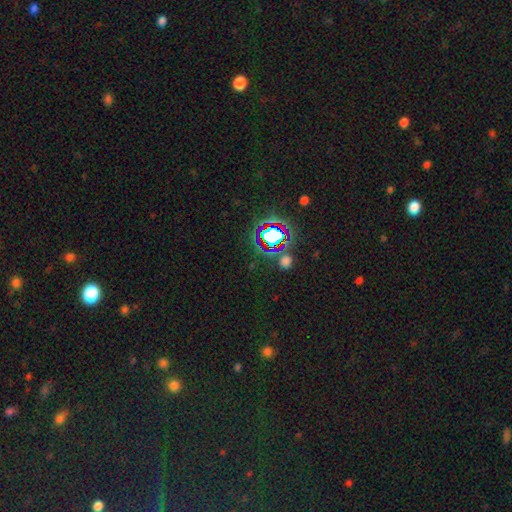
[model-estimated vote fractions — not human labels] This is likely a star or artifact rather than a galaxy (78%).